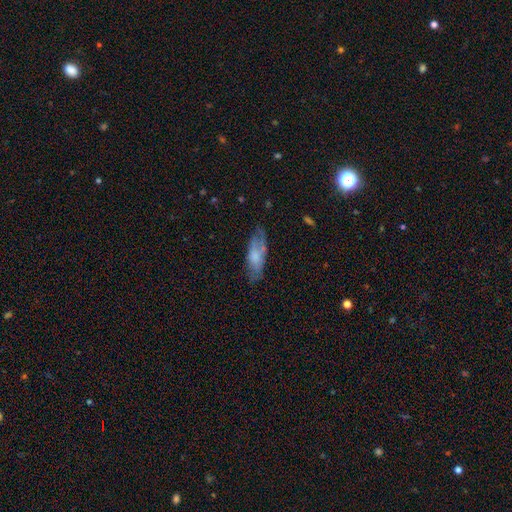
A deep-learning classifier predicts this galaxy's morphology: Smooth or featured? smooth (61%)
How rounded? in between (67%)
Merging? none (59%)